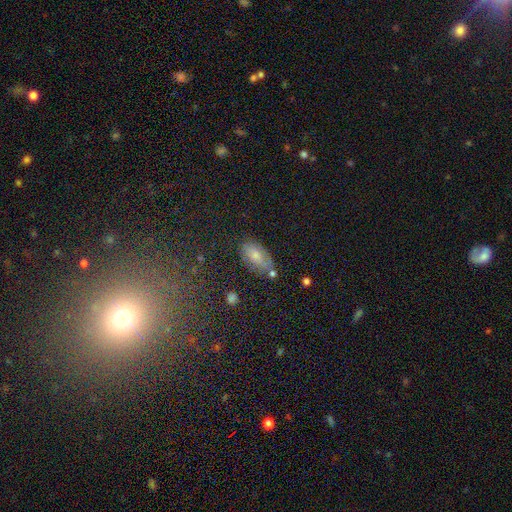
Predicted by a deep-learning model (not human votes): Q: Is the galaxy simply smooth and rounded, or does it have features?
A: smooth — 70%.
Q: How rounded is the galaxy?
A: in between — 91%.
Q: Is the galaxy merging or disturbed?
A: none — 67%.